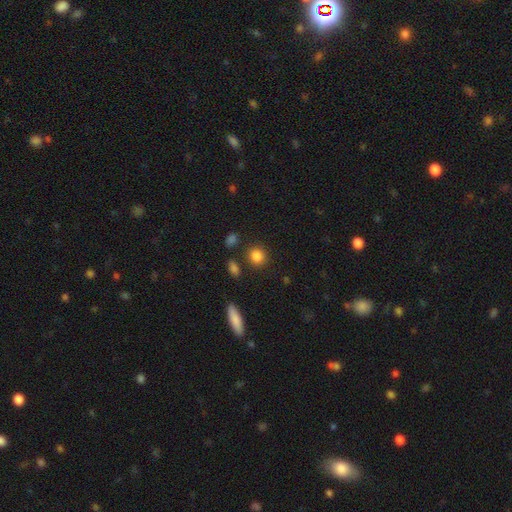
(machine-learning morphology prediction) Smooth or featured: smooth — 86% (star or artifact — 9%)
How rounded: round — 79% (in between — 19%)
Merging: none — 83% (minor disturbance — 9%)